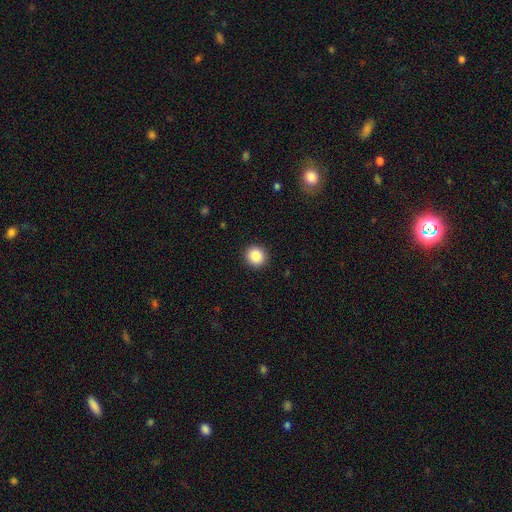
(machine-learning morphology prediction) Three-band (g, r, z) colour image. It shows a smooth galaxy with no disk features (87%) that is round (92%). Merging: none (93%).